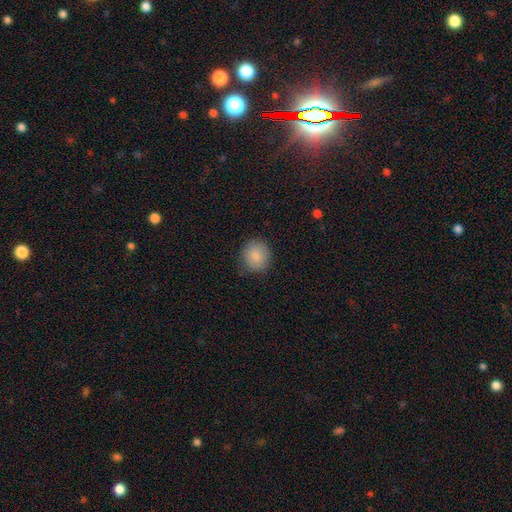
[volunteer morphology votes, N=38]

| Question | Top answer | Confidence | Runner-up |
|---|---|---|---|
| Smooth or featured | smooth | 92% | star or artifact (5%) |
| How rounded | round | 94% | in between (6%) |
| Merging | none | 78% | minor disturbance (14%) |